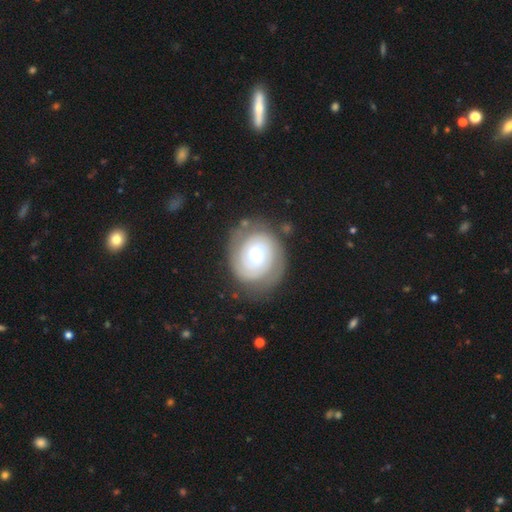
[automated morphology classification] featured or disk 66%, smooth 27%, star or artifact 7%. Down the decision tree: edge-on disk — no (97%); bar — no (78%); spiral arms — yes (74%); bulge size — moderate (53%); merging — none (71%).